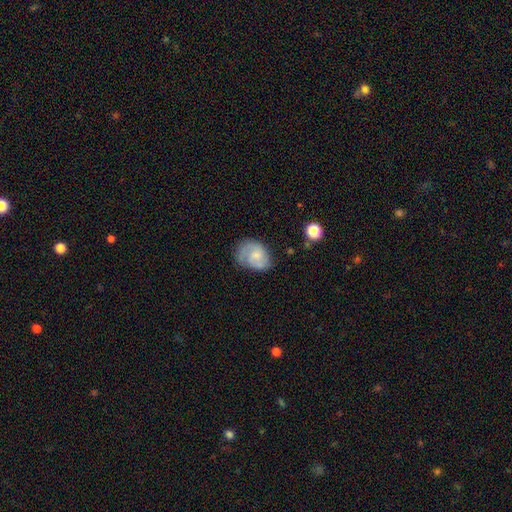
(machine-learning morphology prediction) smooth-or-featured: featured or disk: 61% | smooth: 32% | star or artifact: 7%
  disk-edge-on: no: 98% | yes: 2%
    bar: no: 62% | weak: 34% | strong: 4%
    has-spiral-arms: yes: 89% | no: 11%
      spiral-winding: medium: 44% | tight: 40% | loose: 16%
      spiral-arm-count: 2: 61% | can't tell: 17% | 1: 11% | 3: 7% | 4: 2% | more than 4: 2%
    bulge-size: small: 43% | moderate: 34% | none: 17% | large: 4% | dominant: 1%
  merging: none: 61% | minor disturbance: 25% | major disturbance: 11% | merger: 2%